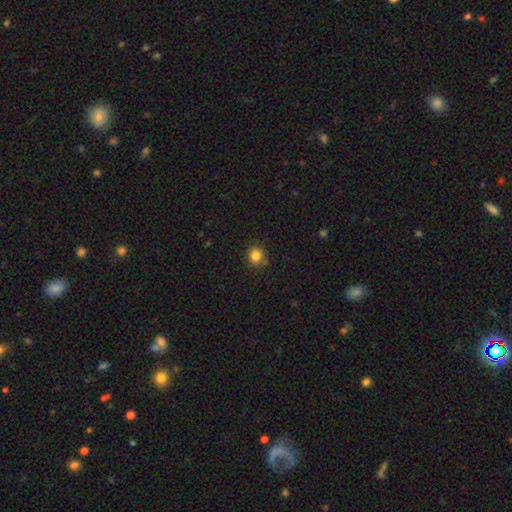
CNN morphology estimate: Smooth or featured?
  - smooth: 83% *
  - star or artifact: 12%
  - featured or disk: 5%
How rounded?
  - round: 90% *
  - in between: 10%
  - cigar-shaped: 1%
Merging?
  - none: 85% *
  - minor disturbance: 9%
  - merger: 4%
  - major disturbance: 2%